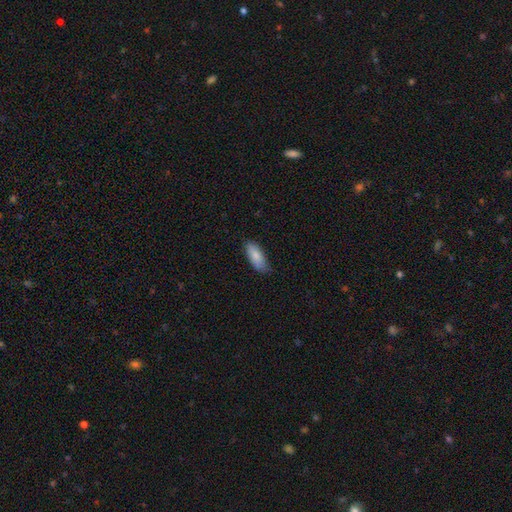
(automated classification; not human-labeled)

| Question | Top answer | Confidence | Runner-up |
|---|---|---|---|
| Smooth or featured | smooth | 83% | featured or disk (11%) |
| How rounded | in between | 81% | cigar-shaped (17%) |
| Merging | none | 72% | minor disturbance (24%) |